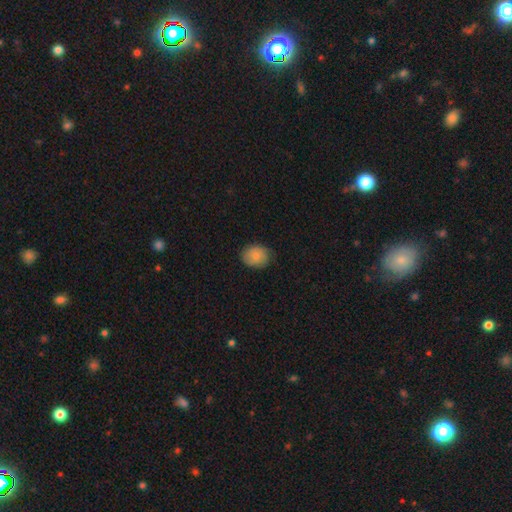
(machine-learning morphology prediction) A smooth galaxy with no disk features (84%) that is round (59%).

Vote fractions:
- Smooth or featured? smooth: 84% / featured or disk: 9% / star or artifact: 7%
- How rounded? round: 59% / in between: 41% / cigar-shaped: 1%
- Merging? none: 78% / minor disturbance: 18% / major disturbance: 3% / merger: 1%